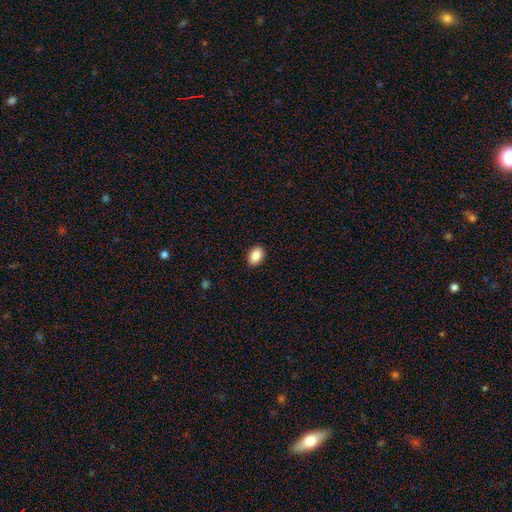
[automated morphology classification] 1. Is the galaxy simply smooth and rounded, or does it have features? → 87% smooth, 8% star or artifact, 5% featured or disk.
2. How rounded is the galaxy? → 83% in between, 16% round, 1% cigar-shaped.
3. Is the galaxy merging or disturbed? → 89% none, 8% minor disturbance, 2% major disturbance, 1% merger.